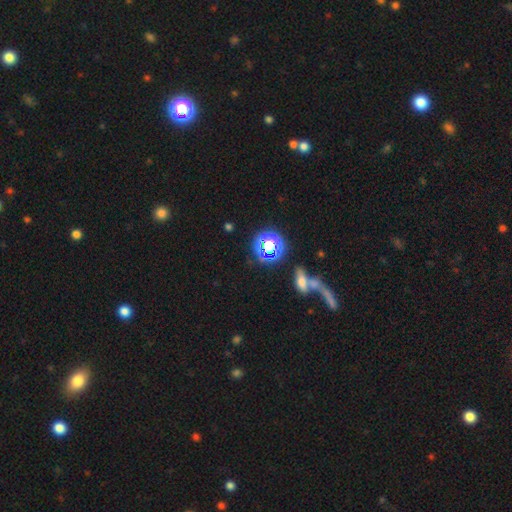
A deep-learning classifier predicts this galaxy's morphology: smooth_or_featured: star or artifact (p=0.49) [alt: smooth p=0.33]